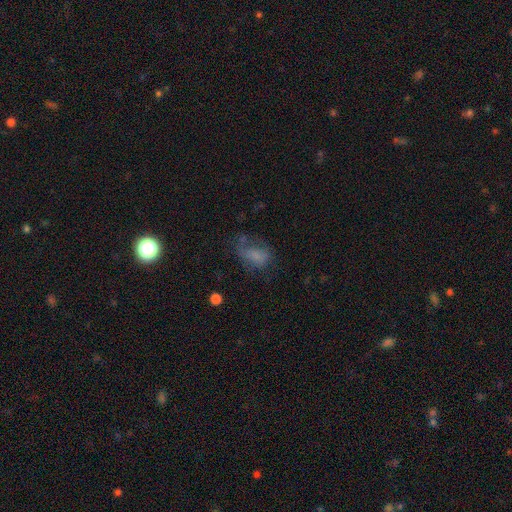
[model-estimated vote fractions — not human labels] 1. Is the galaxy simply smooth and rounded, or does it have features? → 64% smooth, 22% featured or disk, 14% star or artifact.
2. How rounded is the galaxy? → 83% in between, 14% round, 3% cigar-shaped.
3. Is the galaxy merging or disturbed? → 36% none, 33% major disturbance, 26% minor disturbance, 5% merger.